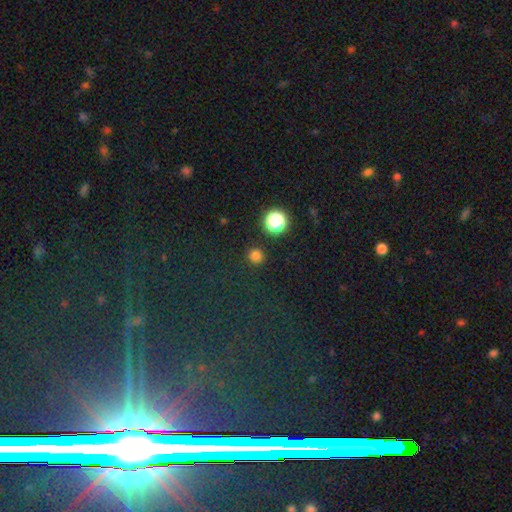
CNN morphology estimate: smooth 77%, star or artifact 19%, featured or disk 4%. Down the decision tree: how rounded — round (94%); merging — none (91%).